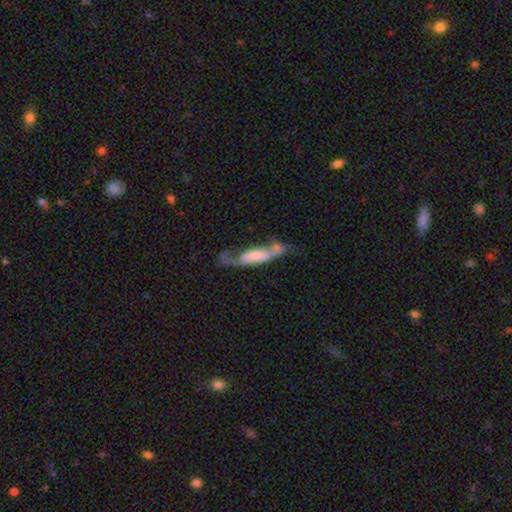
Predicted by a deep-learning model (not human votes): A featured or disk galaxy (51%). Merging: major disturbance (28%).